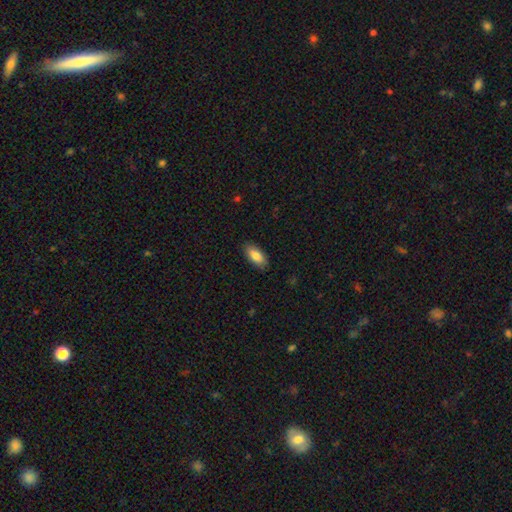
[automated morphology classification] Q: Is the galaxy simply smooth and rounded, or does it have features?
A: smooth — 84%.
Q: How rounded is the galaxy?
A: in between — 88%.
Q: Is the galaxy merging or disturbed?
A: none — 87%.